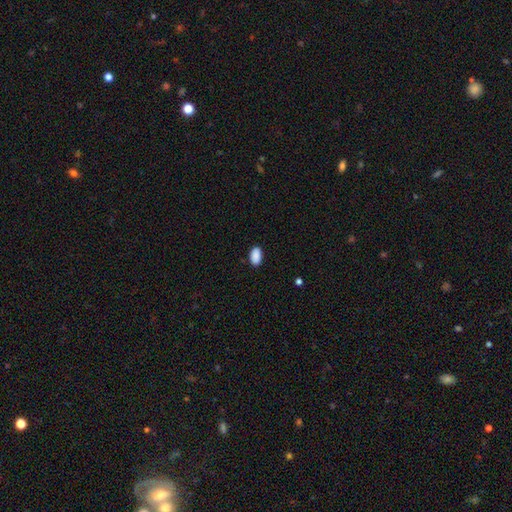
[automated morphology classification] smooth_or_featured: smooth (p=0.90) [alt: star or artifact p=0.07]
how_rounded: in between (p=0.94) [alt: round p=0.05]
merging: none (p=0.86) [alt: minor disturbance p=0.10]